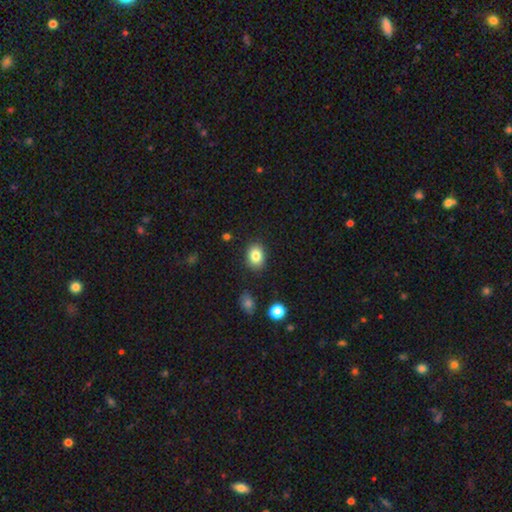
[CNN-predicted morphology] Smooth or featured: smooth — 84% (star or artifact — 9%)
How rounded: in between — 68% (round — 31%)
Merging: none — 86% (minor disturbance — 9%)